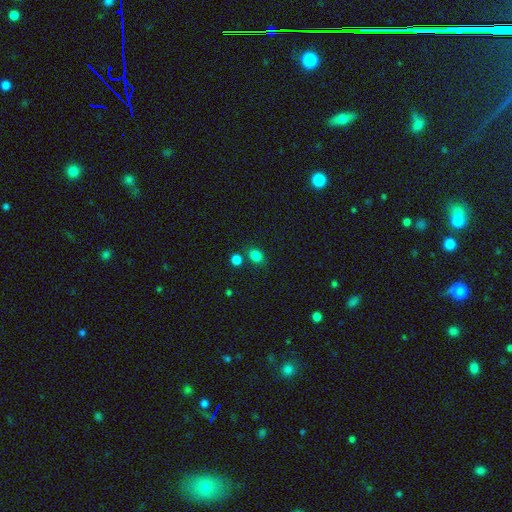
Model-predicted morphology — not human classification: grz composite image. It shows a smooth galaxy with no disk features (83%) that is round (50%). Merging: none (72%).